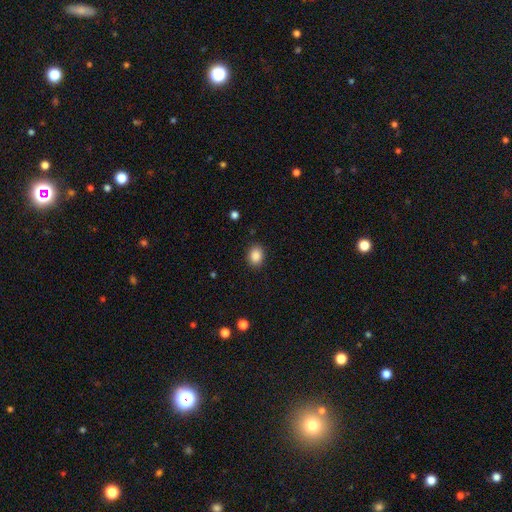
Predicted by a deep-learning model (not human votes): smooth_or_featured: smooth (p=0.87) [alt: star or artifact p=0.09]
how_rounded: in between (p=0.53) [alt: round p=0.46]
merging: none (p=0.88) [alt: minor disturbance p=0.08]